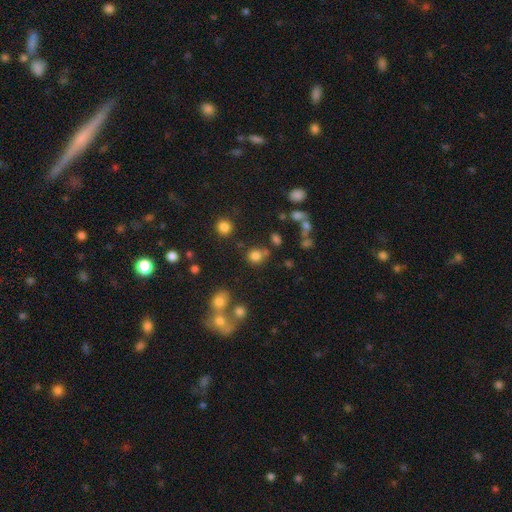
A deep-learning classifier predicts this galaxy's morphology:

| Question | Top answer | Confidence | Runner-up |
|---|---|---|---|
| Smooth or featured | smooth | 78% | star or artifact (15%) |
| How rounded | round | 83% | in between (16%) |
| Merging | none | 70% | merger (15%) |